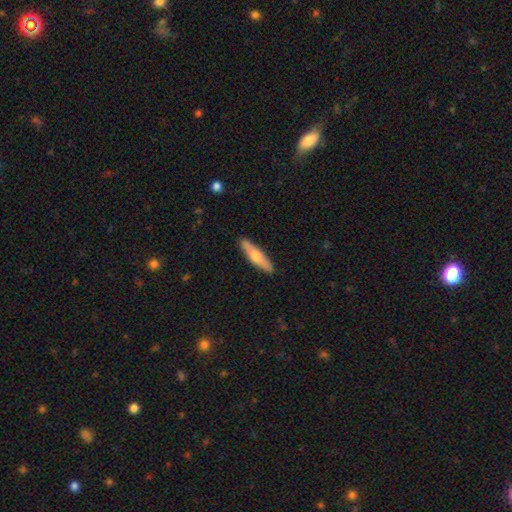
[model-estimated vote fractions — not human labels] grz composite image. It shows a smooth galaxy with no disk features (57%) that is cigar-shaped (78%). Merging: none (90%).